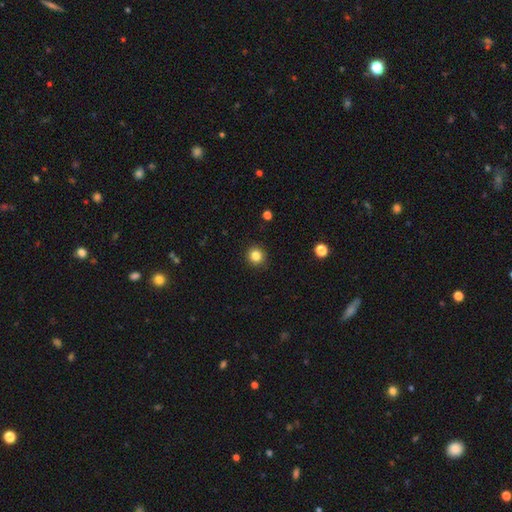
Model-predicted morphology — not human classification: Q: Smooth or featured?
A: smooth (84%); runner-up: star or artifact (11%)
Q: How rounded?
A: round (92%); runner-up: in between (7%)
Q: Merging?
A: none (91%); runner-up: minor disturbance (6%)